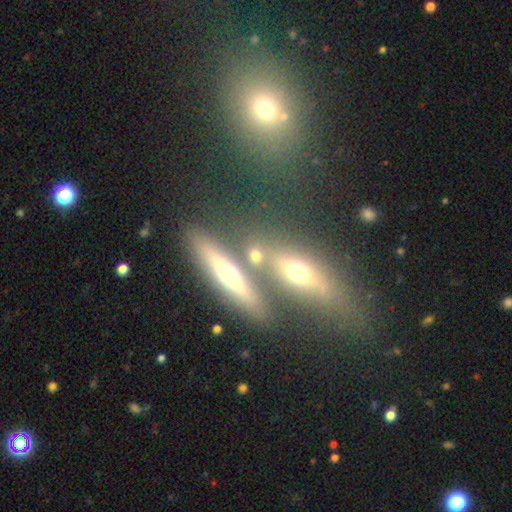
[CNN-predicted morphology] smooth-or-featured: smooth: 59% | featured or disk: 27% | star or artifact: 13%
  how-rounded: in between: 38% | round: 34% | cigar-shaped: 28%
  merging: none: 59% | merger: 28% | minor disturbance: 8% | major disturbance: 5%